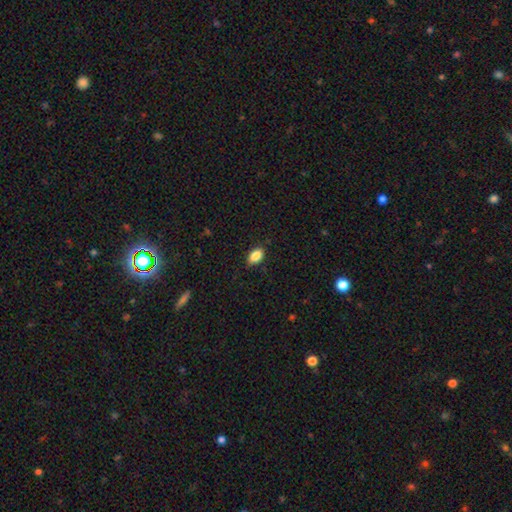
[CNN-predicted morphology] smooth-or-featured: smooth: 88% | star or artifact: 8% | featured or disk: 5%
  how-rounded: in between: 91% | round: 6% | cigar-shaped: 3%
  merging: none: 86% | minor disturbance: 10% | major disturbance: 2% | merger: 1%